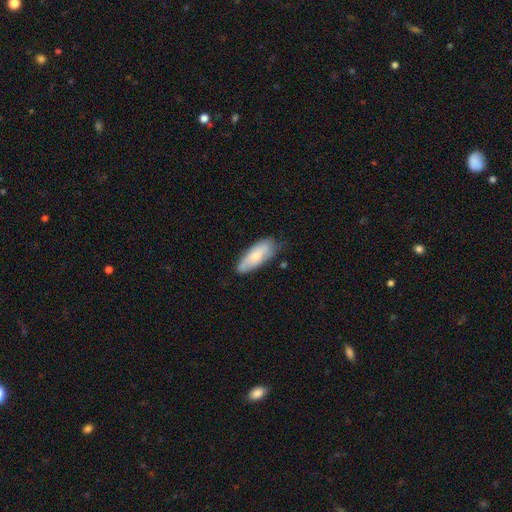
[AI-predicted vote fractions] Morphology: type=smooth (66%); roundness=in between (74%); merging=none (61%).